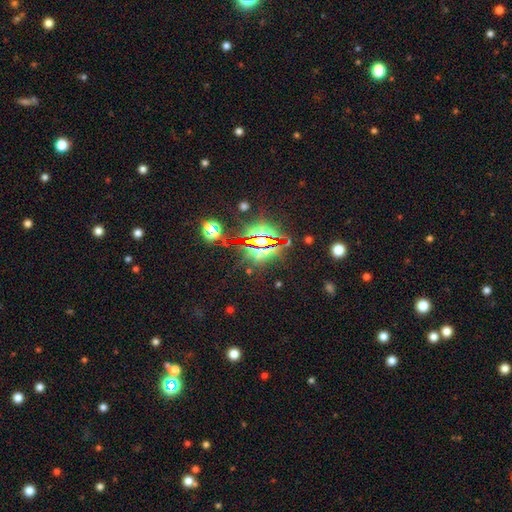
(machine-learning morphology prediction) A star or artifact, not a galaxy (84%).

Vote fractions:
- Smooth or featured? star or artifact: 84% / featured or disk: 8% / smooth: 8%